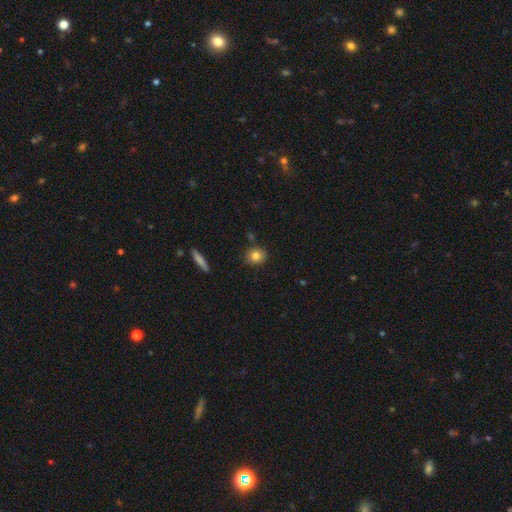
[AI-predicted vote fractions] Overall: smooth (80%). How rounded: round (79%). Merging: none (85%).